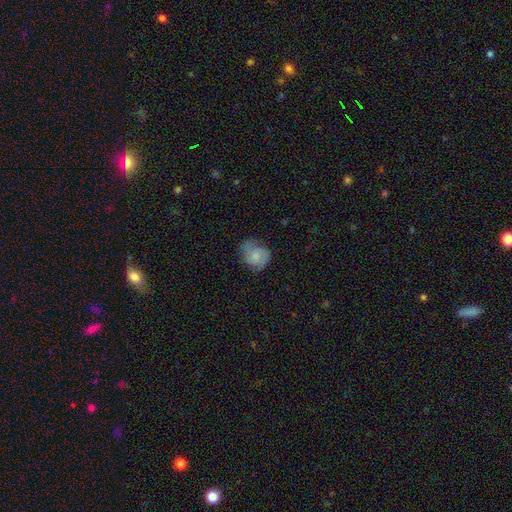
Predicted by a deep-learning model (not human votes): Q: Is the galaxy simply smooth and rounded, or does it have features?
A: smooth — 61%.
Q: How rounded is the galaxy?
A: round — 56%.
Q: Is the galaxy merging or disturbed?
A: none — 50%.